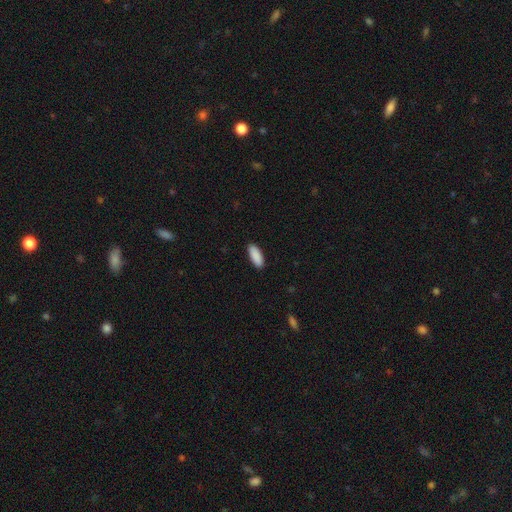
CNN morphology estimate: smooth-or-featured: smooth: 91% | star or artifact: 6% | featured or disk: 3%
  how-rounded: in between: 78% | cigar-shaped: 21% | round: 2%
  merging: none: 90% | minor disturbance: 7% | major disturbance: 2% | merger: 1%